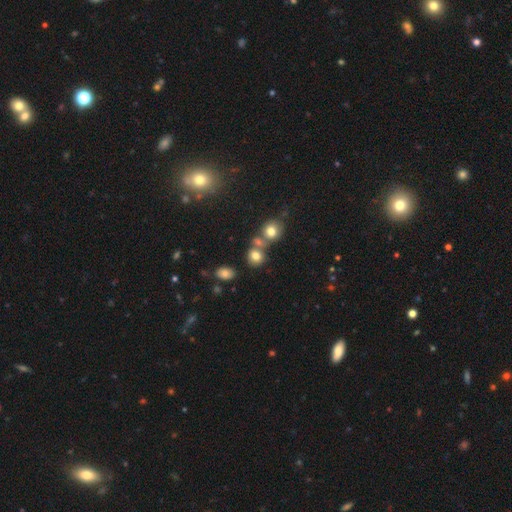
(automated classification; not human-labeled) Smooth or featured? Predicted: smooth (p=0.76). How rounded? Predicted: round (p=0.71). Merging? Predicted: none (p=0.54).